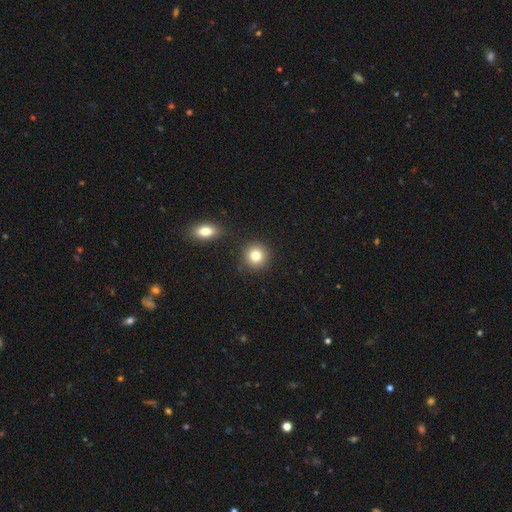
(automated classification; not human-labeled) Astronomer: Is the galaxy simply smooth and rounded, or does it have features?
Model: smooth — 81%.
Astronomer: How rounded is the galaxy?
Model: round — 91%.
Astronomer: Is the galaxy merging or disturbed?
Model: none — 86%.